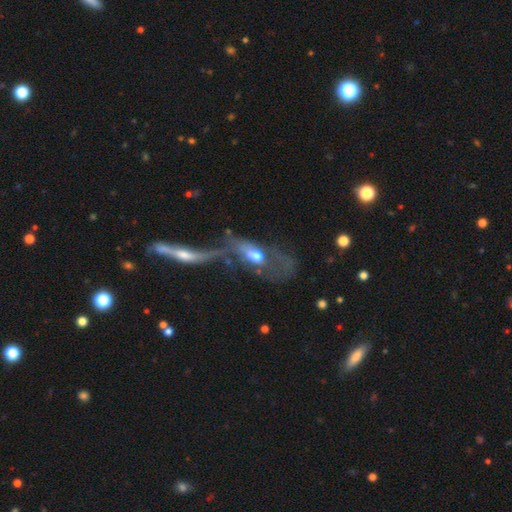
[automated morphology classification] Smooth or featured?
  - featured or disk: 51% *
  - smooth: 39%
  - star or artifact: 10%
Edge-on disk?
  - no: 77% *
  - yes: 23%
Merging?
  - merger: 46% *
  - major disturbance: 31%
  - none: 13%
  - minor disturbance: 9%